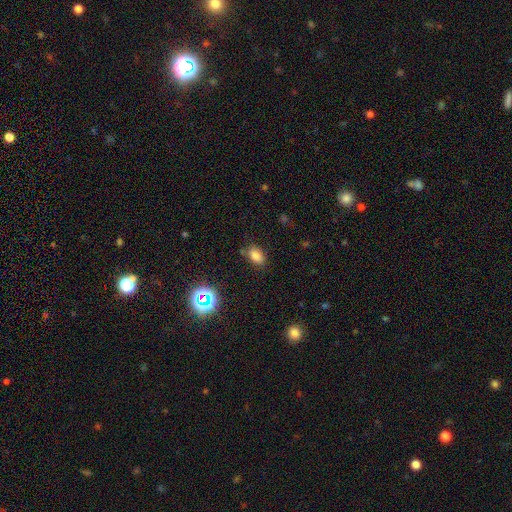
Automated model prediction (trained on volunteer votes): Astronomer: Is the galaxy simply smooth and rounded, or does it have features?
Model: smooth — 77%.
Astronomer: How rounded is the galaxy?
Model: in between — 85%.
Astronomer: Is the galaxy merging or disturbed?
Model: none — 80%.